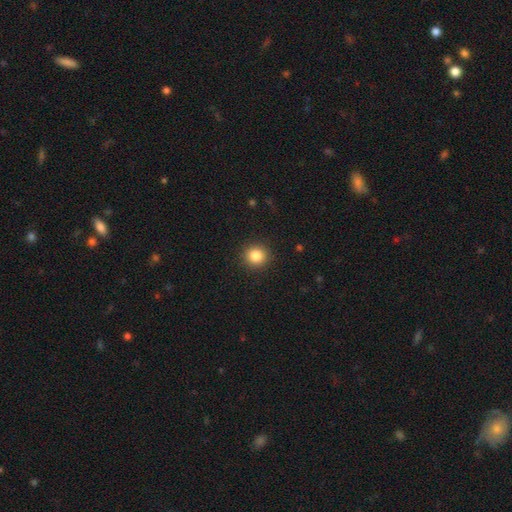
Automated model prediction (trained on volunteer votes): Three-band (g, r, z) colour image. It shows a smooth galaxy with no disk features (84%) that is round (91%). Merging: none (92%).